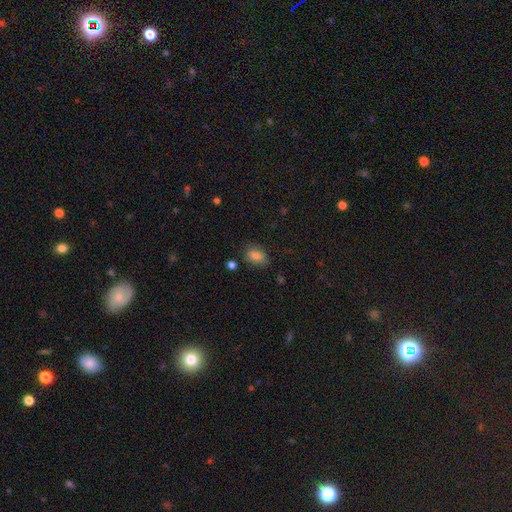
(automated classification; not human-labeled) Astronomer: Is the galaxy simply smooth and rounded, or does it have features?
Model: smooth — 81%.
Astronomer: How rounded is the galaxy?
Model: in between — 78%.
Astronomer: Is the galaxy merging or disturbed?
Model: none — 76%.